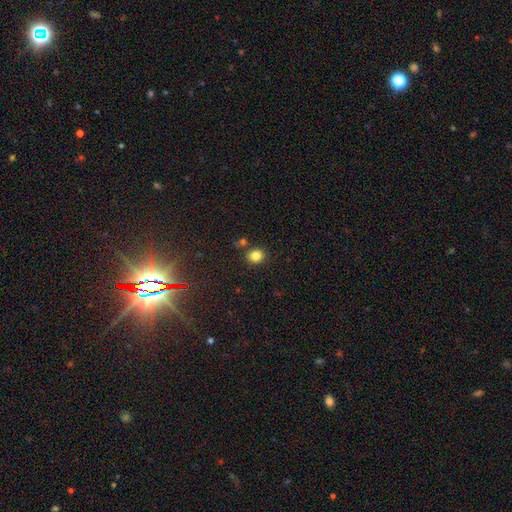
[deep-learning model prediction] smooth_or_featured: smooth (p=0.82) [alt: star or artifact p=0.12]
how_rounded: round (p=0.77) [alt: in between p=0.22]
merging: none (p=0.81) [alt: minor disturbance p=0.09]